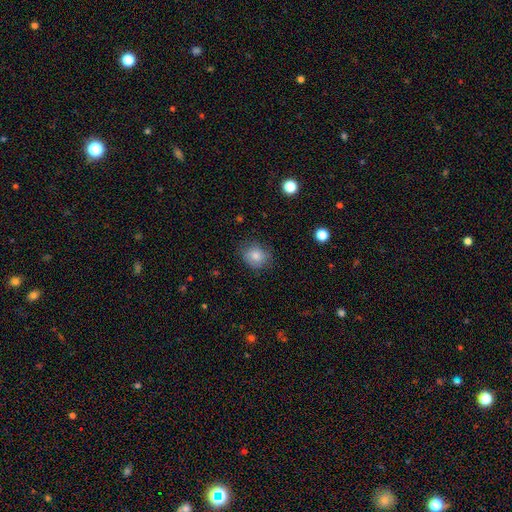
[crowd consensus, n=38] smooth 84%, featured or disk 11%, star or artifact 5%. Down the decision tree: how rounded — round (72%); merging — none (83%).